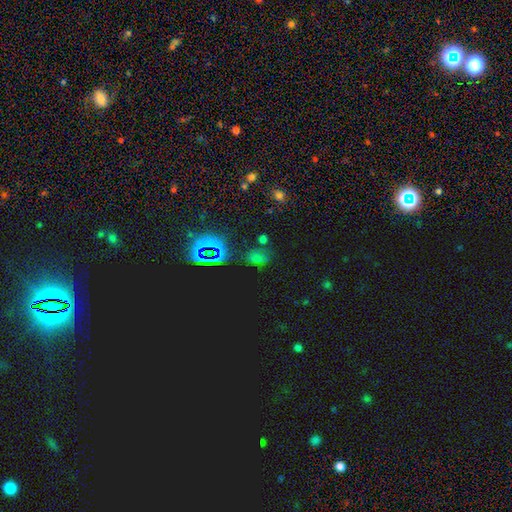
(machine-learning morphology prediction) This appears to be a star or artifact, not a galaxy (60%).